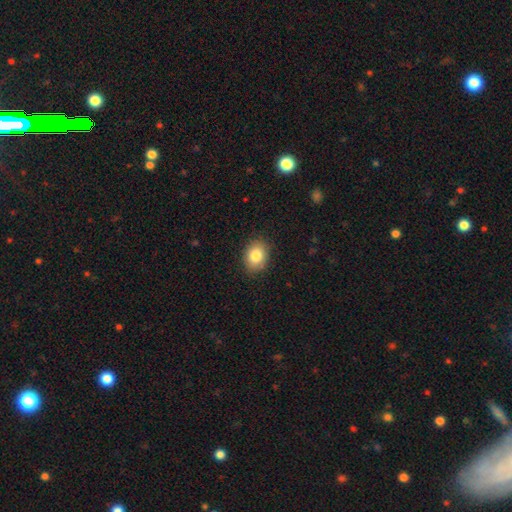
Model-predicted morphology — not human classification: This is clearly a smooth galaxy (83%). How rounded: likely in between (65%). Merging: clearly none (87%).